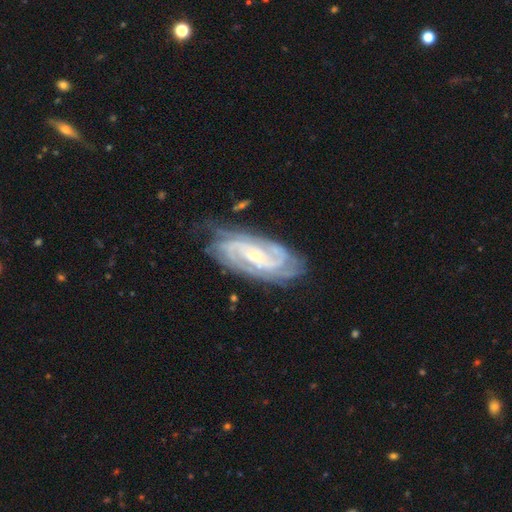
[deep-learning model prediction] featured or disk 91%, star or artifact 5%, smooth 4%. Down the decision tree: edge-on disk — no (95%); bar — no (55%); spiral arms — yes (98%); spiral arm count — 2 (28%); spiral winding — tight (69%); bulge size — small (74%); merging — none (73%).